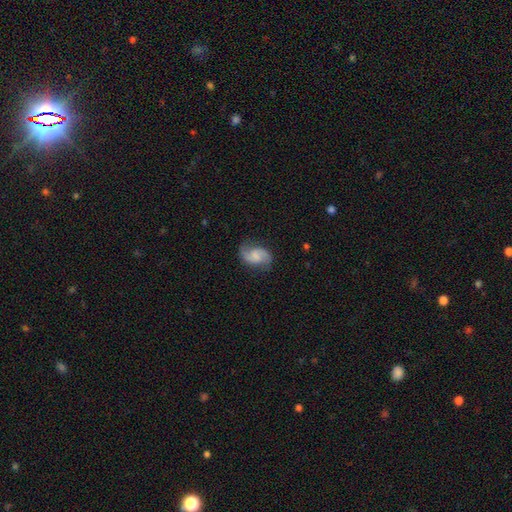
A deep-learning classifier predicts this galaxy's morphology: This is likely a featured or disk galaxy (72%). It is clearly not viewed edge-on (98%). Bar: possibly no (48%). Spiral arm pattern: clearly yes (95%). Spiral arm count: clearly 2 (90%). Spiral winding: possibly loose (47%). Central bulge: marginally none (38%). Merging: likely none (74%).